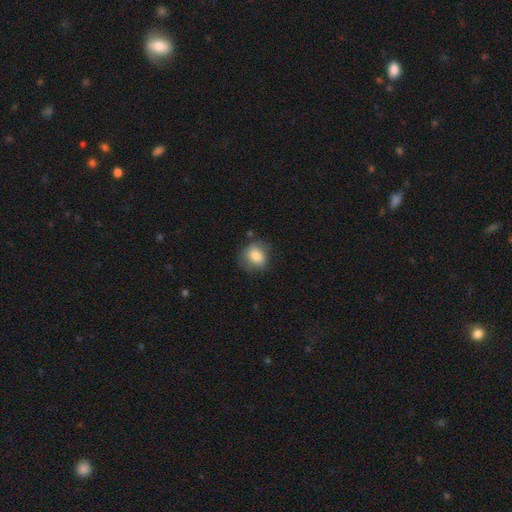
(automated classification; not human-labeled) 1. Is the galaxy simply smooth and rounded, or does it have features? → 81% smooth, 11% featured or disk, 8% star or artifact.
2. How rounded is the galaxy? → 57% round, 42% in between, 1% cigar-shaped.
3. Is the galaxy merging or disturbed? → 65% none, 24% minor disturbance, 9% major disturbance, 2% merger.